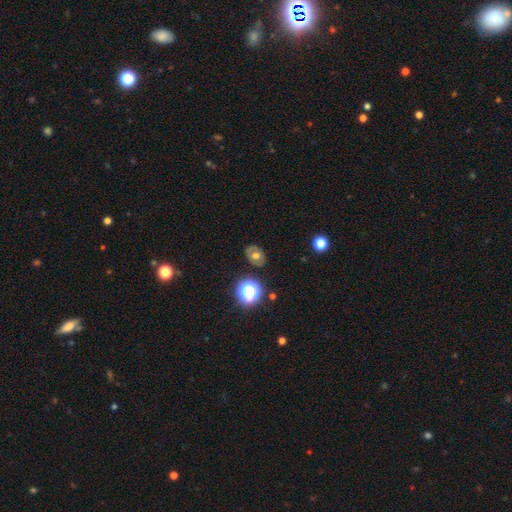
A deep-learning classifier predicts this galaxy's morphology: The model was most divided on "how rounded": in between: 60%, round: 39%, cigar-shaped: 1%. More confident: merging — none (81%); smooth or featured — smooth (53%).